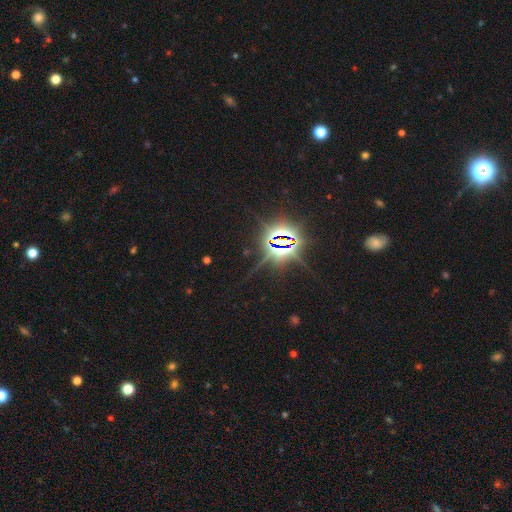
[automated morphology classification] Smooth or featured? star or artifact (84%)